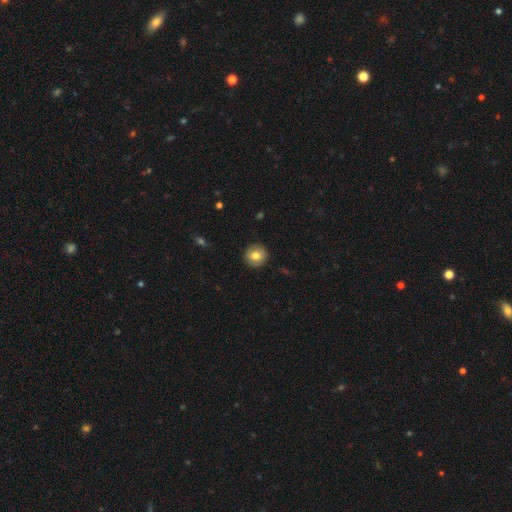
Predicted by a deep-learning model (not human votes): Q: Smooth or featured?
A: smooth (78%); runner-up: featured or disk (13%)
Q: How rounded?
A: round (93%); runner-up: in between (6%)
Q: Merging?
A: none (92%); runner-up: minor disturbance (6%)